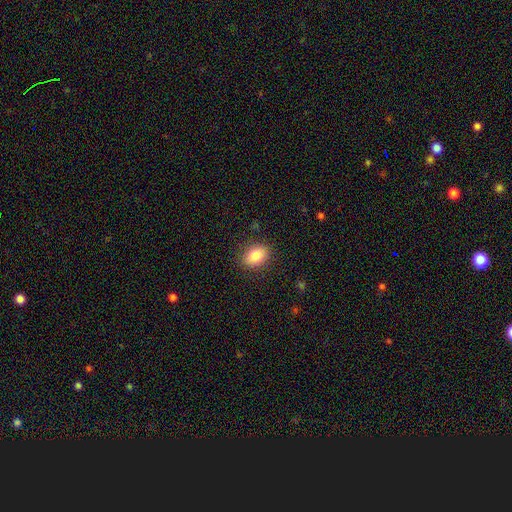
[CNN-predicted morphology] Smooth or featured? Predicted: smooth (p=0.84). How rounded? Predicted: in between (p=0.81). Merging? Predicted: none (p=0.86).